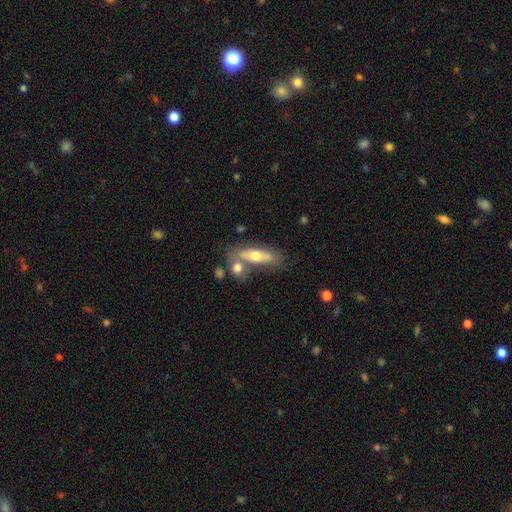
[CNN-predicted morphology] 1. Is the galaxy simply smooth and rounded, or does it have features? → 48% smooth, 44% featured or disk, 7% star or artifact.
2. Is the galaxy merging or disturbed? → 51% none, 28% merger, 15% minor disturbance, 6% major disturbance.